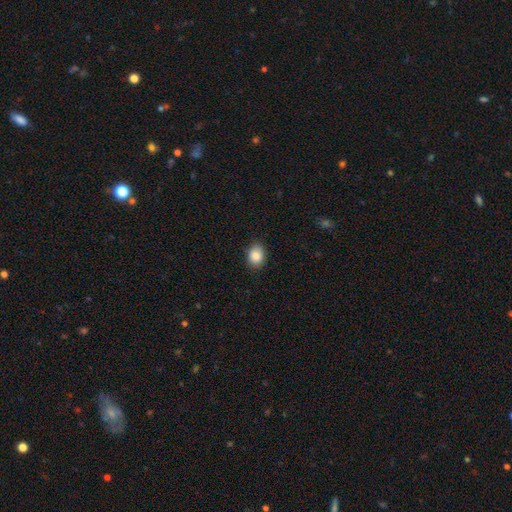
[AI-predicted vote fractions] Smooth or featured: smooth — 86% (star or artifact — 9%)
How rounded: in between — 56% (round — 44%)
Merging: none — 88% (minor disturbance — 9%)